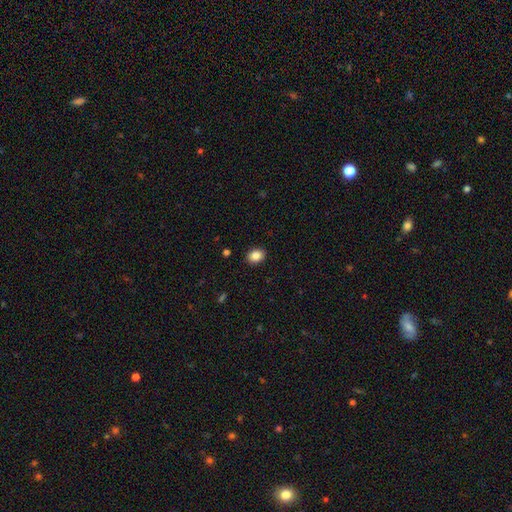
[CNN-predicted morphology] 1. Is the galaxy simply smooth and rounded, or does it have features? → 86% smooth, 9% star or artifact, 5% featured or disk.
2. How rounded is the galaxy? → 59% in between, 40% round, 1% cigar-shaped.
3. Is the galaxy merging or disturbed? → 91% none, 7% minor disturbance, 2% major disturbance, 1% merger.